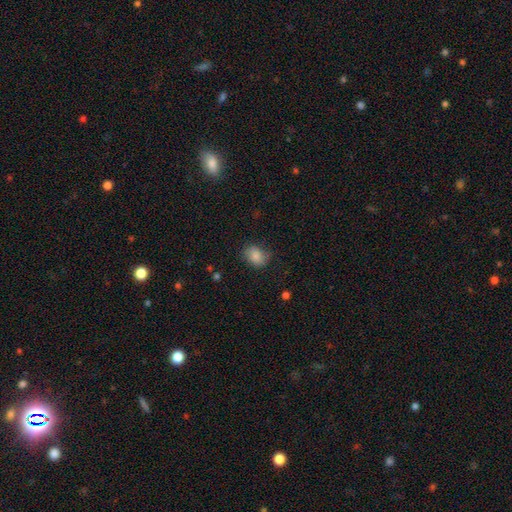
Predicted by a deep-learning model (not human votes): This is clearly a smooth galaxy (85%). How rounded: likely in between (62%). Merging: likely none (73%).